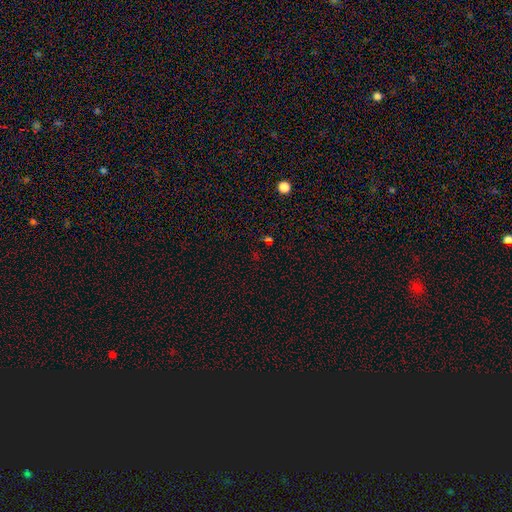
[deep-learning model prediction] Smooth or featured: star or artifact — 58% (smooth — 35%)